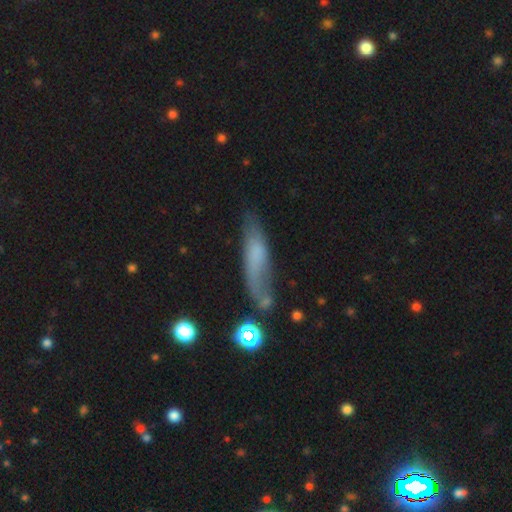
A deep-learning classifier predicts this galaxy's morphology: Overall: smooth (56%; featured or disk 34%). How rounded: cigar-shaped (65%; in between 32%). Merging: none (49%; minor disturbance 29%).